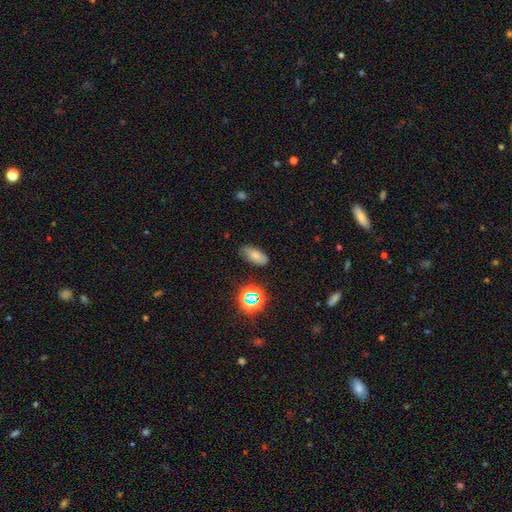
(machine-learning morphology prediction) smooth 71%, star or artifact 16%, featured or disk 13%. Down the decision tree: how rounded — in between (88%); merging — none (76%).